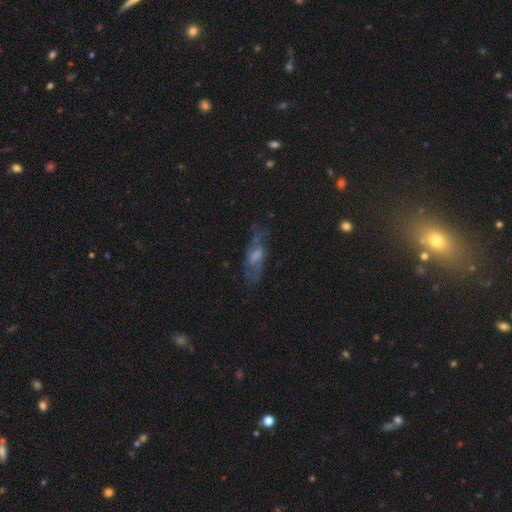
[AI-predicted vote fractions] Overall: featured or disk (57%; smooth 32%). Edge-on disk: no (76%). Merging: none (59%; minor disturbance 21%).